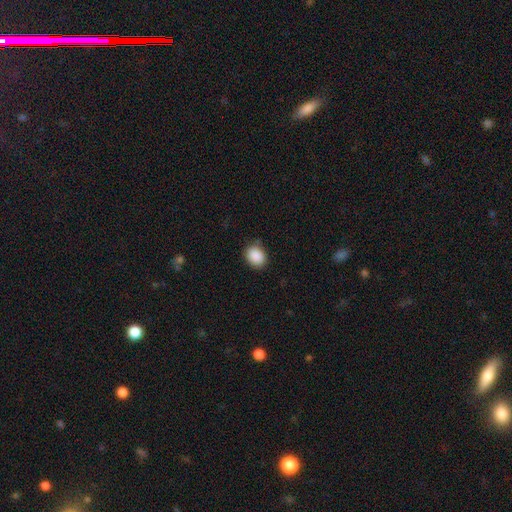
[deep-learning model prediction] Overall: smooth (89%). How rounded: in between (50%; round 49%). Merging: none (80%).